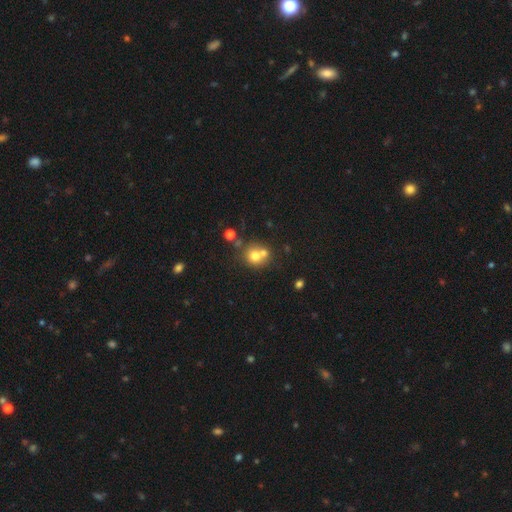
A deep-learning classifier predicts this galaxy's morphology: This appears to be a smooth galaxy with no disk features (71%) that is round (82%). Merging: none (44%).